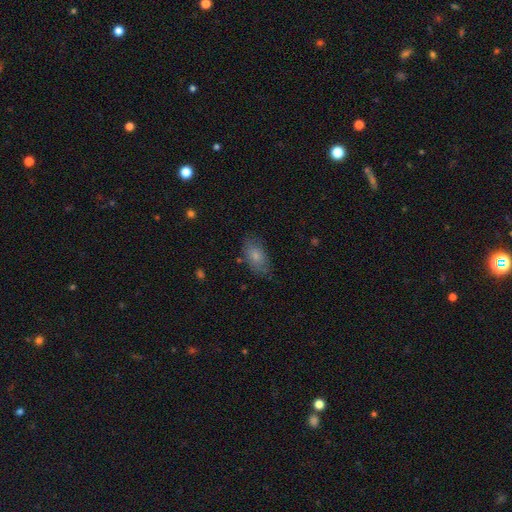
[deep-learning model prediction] This appears to be a smooth galaxy with no disk features (76%) that is in between round and cigar-shaped (91%). Merging: none (76%).